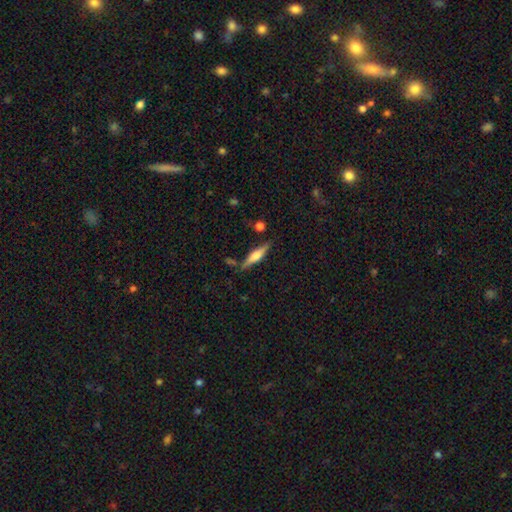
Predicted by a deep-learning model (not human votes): Overall: featured or disk (55%; smooth 38%). Edge-on disk: yes (96%). Edge-on bulge: rounded (74%). Merging: none (79%).